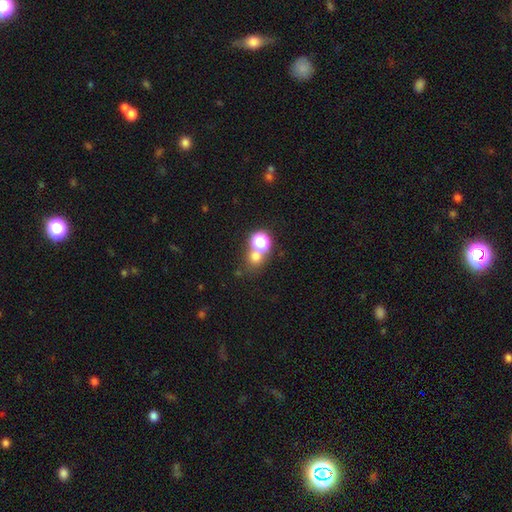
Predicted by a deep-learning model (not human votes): smooth 65%, star or artifact 26%, featured or disk 9%. Down the decision tree: how rounded — round (82%); merging — none (54%).